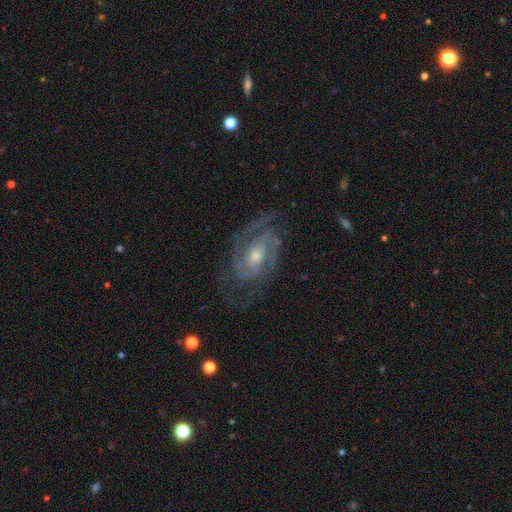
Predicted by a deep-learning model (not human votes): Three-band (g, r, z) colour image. It shows a featured or disk galaxy (91%) with no bar (61%), 2 (71%) tight (59%) spiral arms (98%) and a small central bulge (48%). Merging: none (73%).